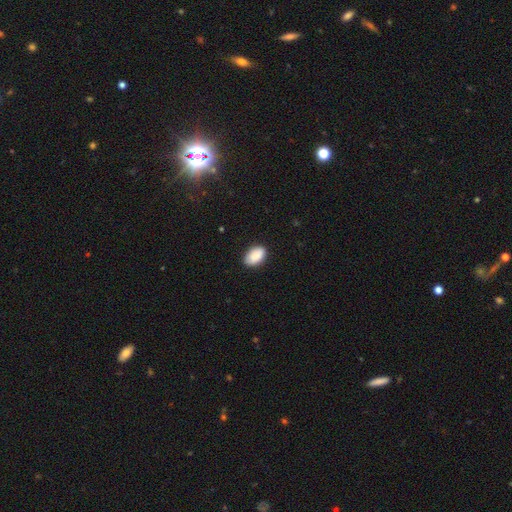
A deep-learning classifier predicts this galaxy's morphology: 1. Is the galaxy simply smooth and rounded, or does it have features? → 89% smooth, 6% star or artifact, 5% featured or disk.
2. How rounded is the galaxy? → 91% in between, 8% round, 1% cigar-shaped.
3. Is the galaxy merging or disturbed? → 84% none, 13% minor disturbance, 2% major disturbance, 1% merger.